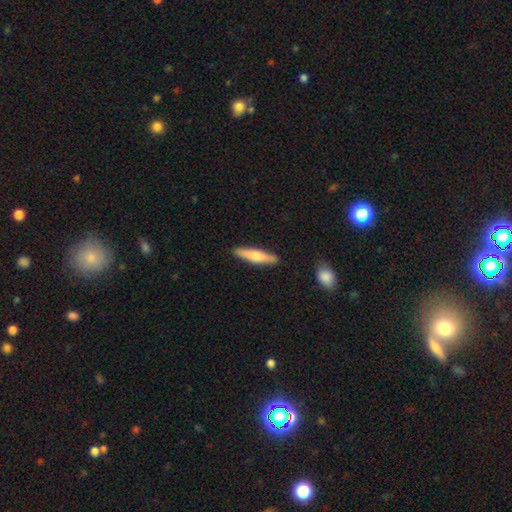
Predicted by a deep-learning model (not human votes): Morphology: type=smooth (55%); roundness=cigar-shaped (84%); merging=none (89%).